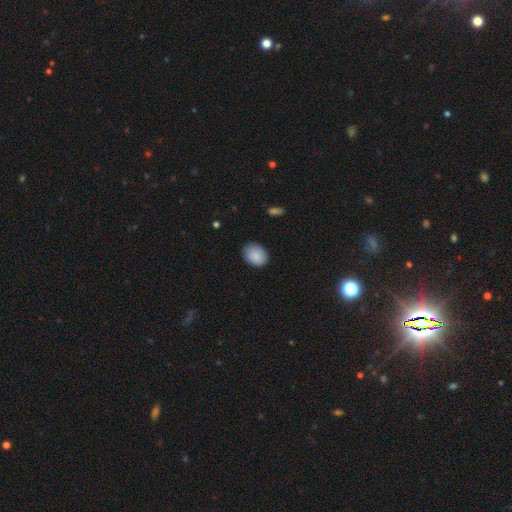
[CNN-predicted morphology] Smooth or featured? Predicted: smooth (p=0.88). How rounded? Predicted: in between (p=0.56). Merging? Predicted: none (p=0.84).